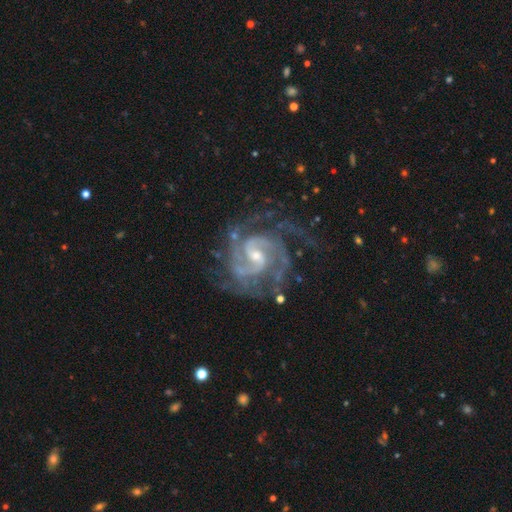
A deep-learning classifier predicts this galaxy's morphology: featured or disk 93%, star or artifact 5%, smooth 2%. Down the decision tree: edge-on disk — no (98%); bar — weak (55%); spiral arms — yes (99%); spiral arm count — 2 (60%); spiral winding — tight (48%); bulge size — small (54%); merging — none (65%).